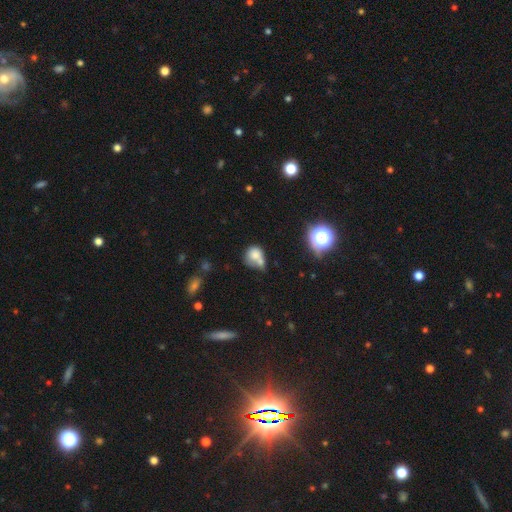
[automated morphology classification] Overall: smooth (74%). How rounded: round (70%). Merging: merger (48%; none 31%).